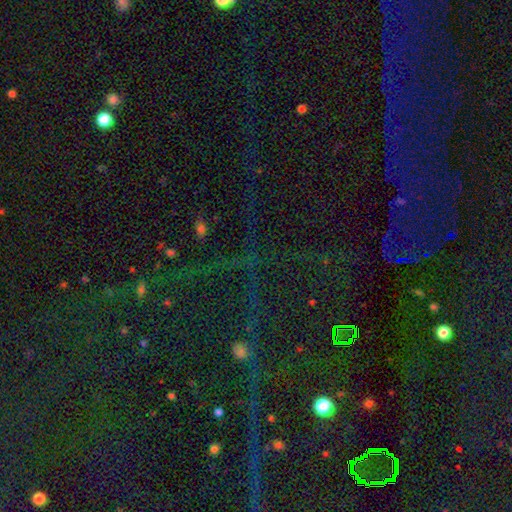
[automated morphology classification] smooth_or_featured: star or artifact (p=0.77) [alt: smooth p=0.13]